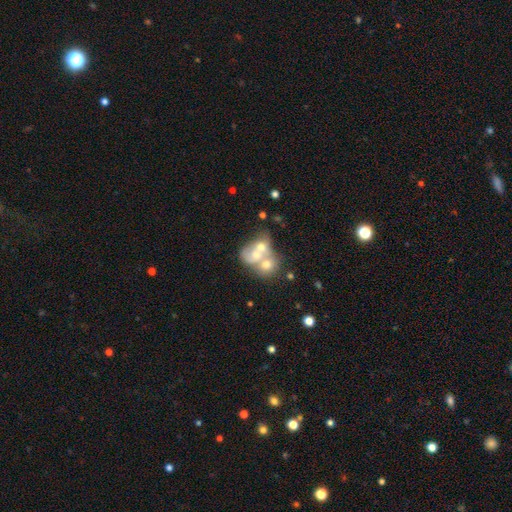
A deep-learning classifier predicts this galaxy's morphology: Smooth or featured: featured or disk — 45% (tied with smooth — 45%)
Merging: merger — 75% (none — 13%)